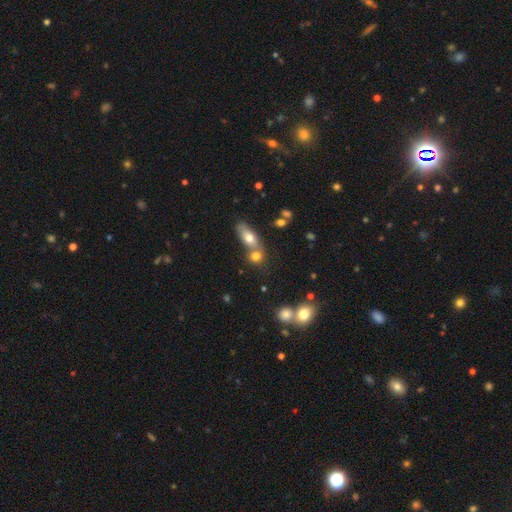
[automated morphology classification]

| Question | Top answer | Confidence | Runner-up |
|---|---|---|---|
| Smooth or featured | smooth | 71% | featured or disk (16%) |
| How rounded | in between | 47% | round (43%) |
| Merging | merger | 46% | none (41%) |